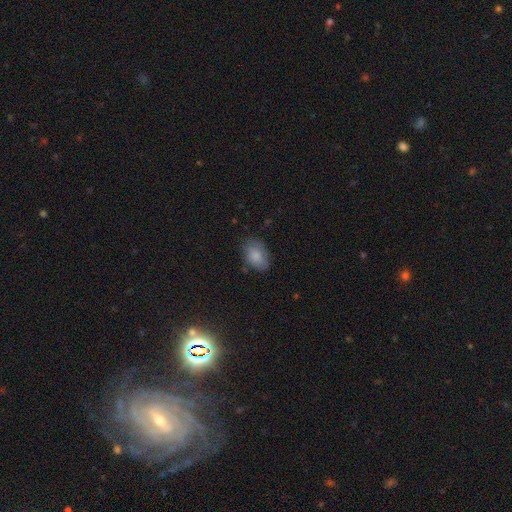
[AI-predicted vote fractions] smooth 83%, featured or disk 10%, star or artifact 8%. Down the decision tree: how rounded — in between (87%); merging — none (71%).